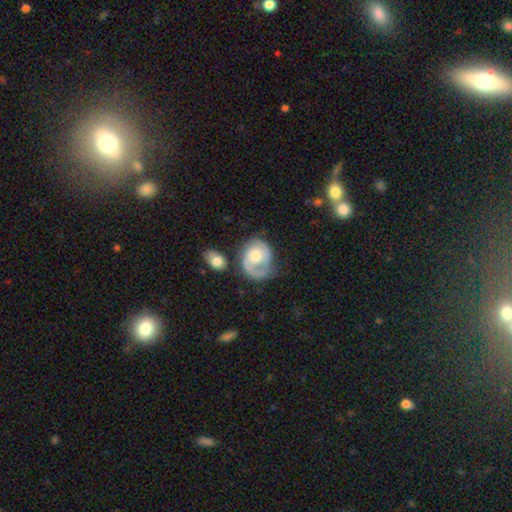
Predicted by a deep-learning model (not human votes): Q: Smooth or featured?
A: featured or disk (74%); runner-up: smooth (21%)
Q: Edge-on disk?
A: no (98%); runner-up: yes (2%)
Q: Bar?
A: no (73%); runner-up: weak (23%)
Q: Spiral arms?
A: yes (90%); runner-up: no (10%)
Q: Spiral winding?
A: tight (46%); runner-up: medium (38%)
Q: Spiral arm count?
A: 2 (49%); runner-up: 1 (37%)
Q: Bulge size?
A: moderate (59%); runner-up: small (22%)
Q: Merging?
A: none (52%); runner-up: minor disturbance (24%)